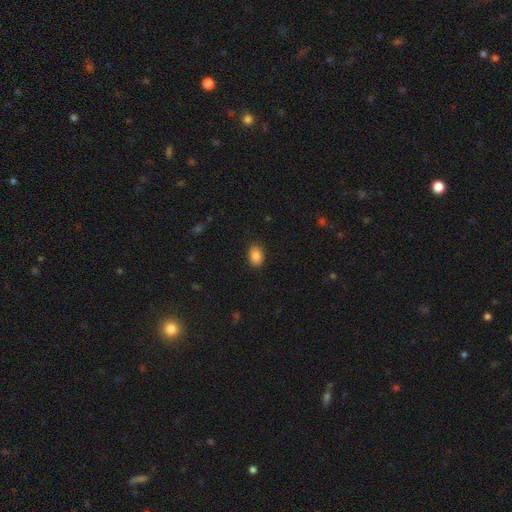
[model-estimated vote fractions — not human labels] A smooth galaxy with no disk features (87%) that is in between round and cigar-shaped (84%). Merging: none (87%).